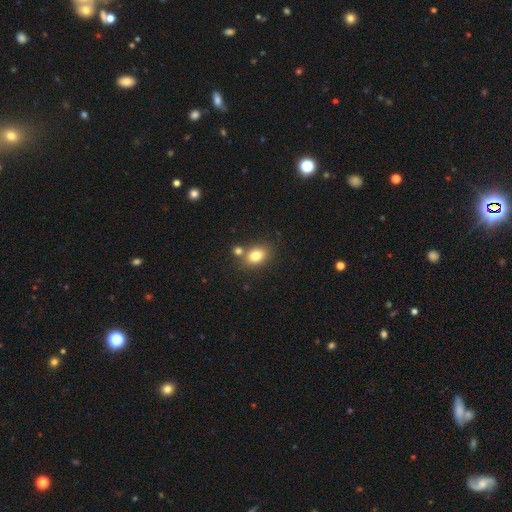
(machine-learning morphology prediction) This is likely a smooth galaxy (79%). How rounded: likely in between (74%). Merging: likely none (65%).